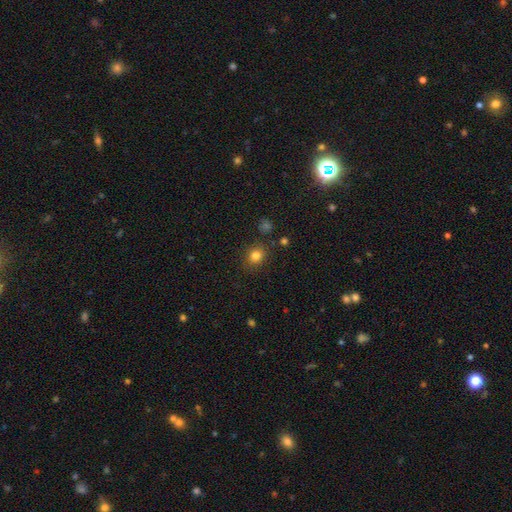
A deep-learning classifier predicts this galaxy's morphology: Smooth or featured?
  - smooth: 81% *
  - star or artifact: 13%
  - featured or disk: 6%
How rounded?
  - round: 77% *
  - in between: 22%
  - cigar-shaped: 1%
Merging?
  - none: 85% *
  - minor disturbance: 9%
  - major disturbance: 3%
  - merger: 3%